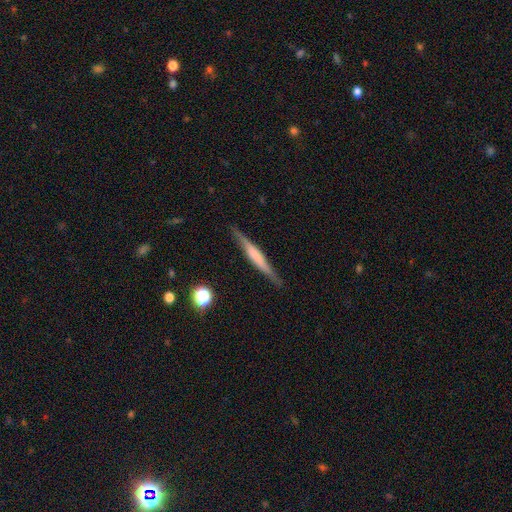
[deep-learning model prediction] featured or disk 60%, smooth 34%, star or artifact 6%. Down the decision tree: edge-on disk — yes (97%); edge-on bulge — boxy (36%); merging — none (88%).